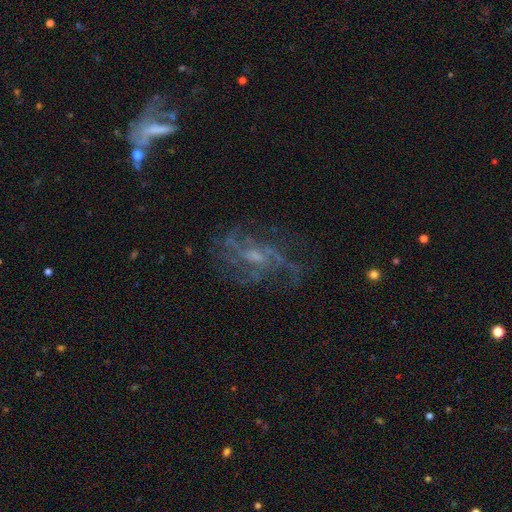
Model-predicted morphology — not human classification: Smooth or featured? featured or disk (77%)
Edge-on disk? no (96%)
Bar? no (48%)
Spiral arms? yes (85%)
Spiral winding? medium (42%)
Spiral arm count? can't tell (35%)
Bulge size? small (45%)
Merging? none (59%)